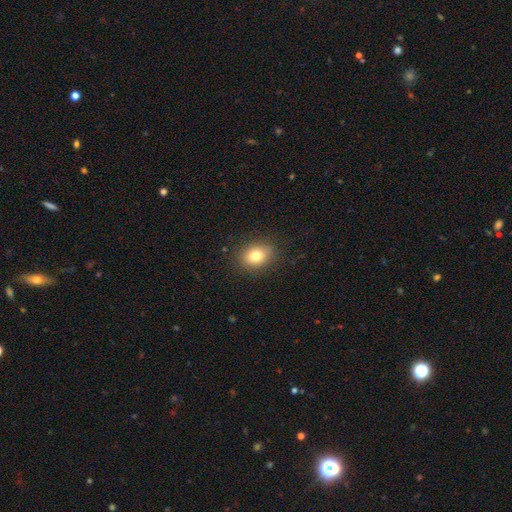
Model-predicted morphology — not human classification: This appears to be a smooth galaxy with no disk features (80%) that is in between round and cigar-shaped (54%). Merging: none (86%).